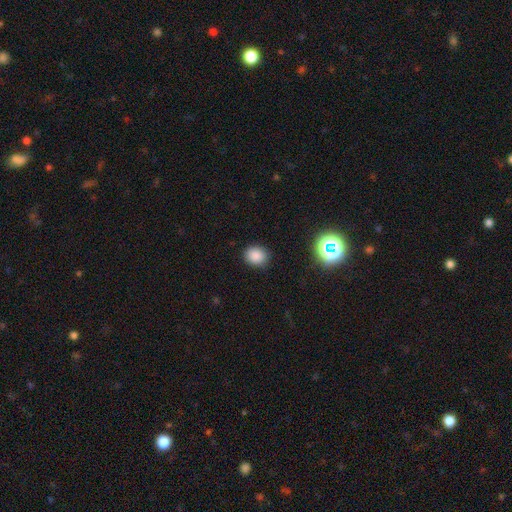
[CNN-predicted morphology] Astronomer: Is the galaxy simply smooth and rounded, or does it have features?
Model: smooth — 84%.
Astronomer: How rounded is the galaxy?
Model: round — 61% (runner-up: in between, 38%).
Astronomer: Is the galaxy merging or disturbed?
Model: none — 88%.